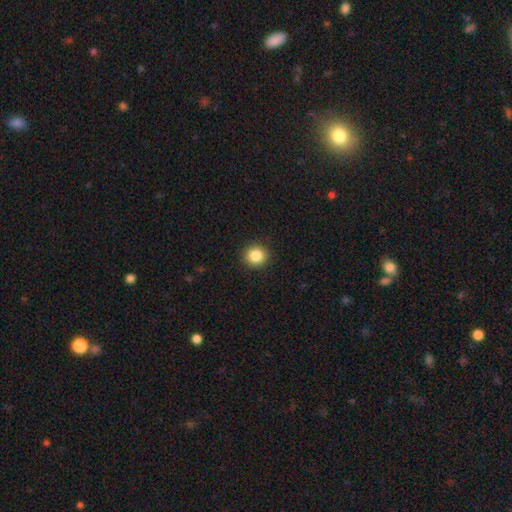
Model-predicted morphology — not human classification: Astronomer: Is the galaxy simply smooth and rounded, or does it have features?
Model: smooth — 85%.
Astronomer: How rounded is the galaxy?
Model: round — 90%.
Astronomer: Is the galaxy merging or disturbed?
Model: none — 92%.